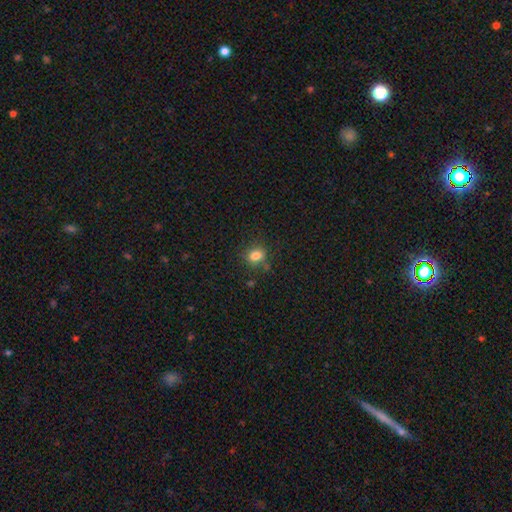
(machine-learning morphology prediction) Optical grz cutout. It shows a smooth galaxy with no disk features (81%) that is in between round and cigar-shaped (50%). Merging: none (77%).